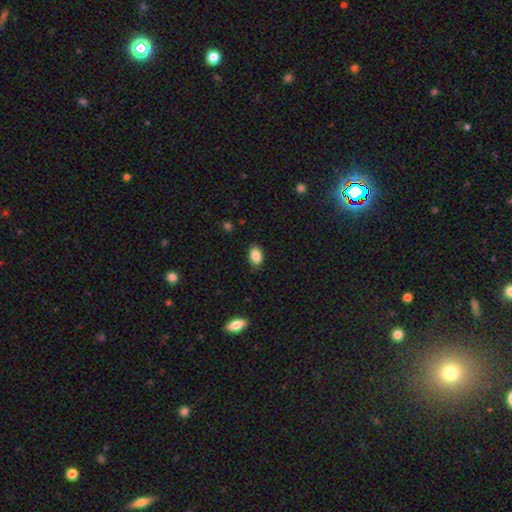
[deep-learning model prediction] The model was most divided on "merging": none: 86%, minor disturbance: 11%, major disturbance: 2%, merger: 1%. More confident: how rounded — in between (88%); smooth or featured — smooth (87%).